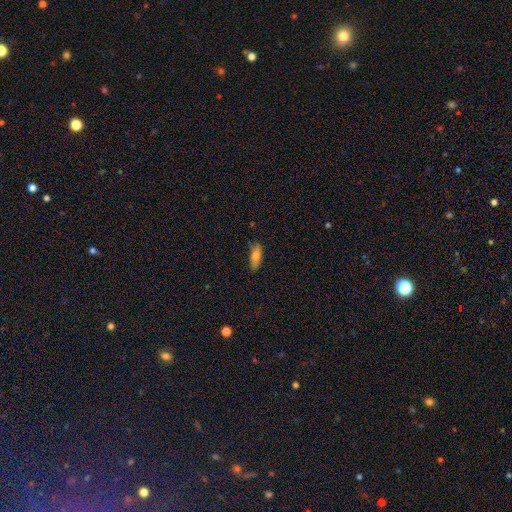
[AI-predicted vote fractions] Smooth or featured? smooth (76%)
How rounded? in between (65%)
Merging? none (77%)